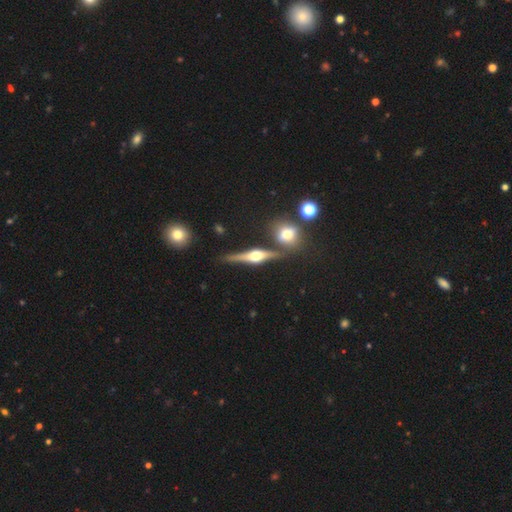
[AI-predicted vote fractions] smooth_or_featured: featured or disk (p=0.80) [alt: smooth p=0.13]
disk_edge_on: yes (p=0.96) [alt: no p=0.04]
edge_on_bulge: rounded (p=0.94) [alt: boxy p=0.04]
merging: none (p=0.80) [alt: minor disturbance p=0.09]